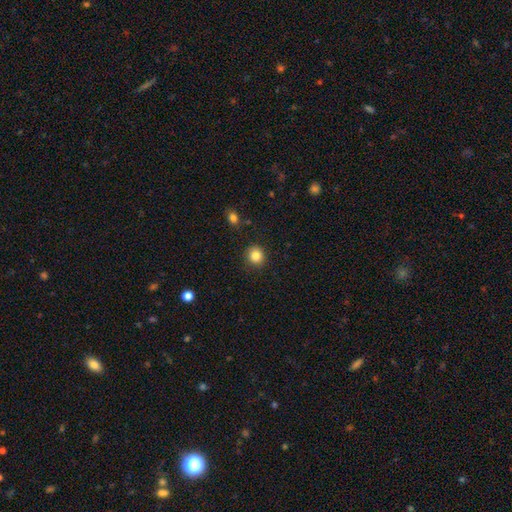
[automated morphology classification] A smooth galaxy with no disk features (85%) that is round (87%).

Vote fractions:
- Smooth or featured? smooth: 85% / star or artifact: 10% / featured or disk: 5%
- How rounded? round: 87% / in between: 12% / cigar-shaped: 1%
- Merging? none: 90% / minor disturbance: 7% / major disturbance: 2% / merger: 1%